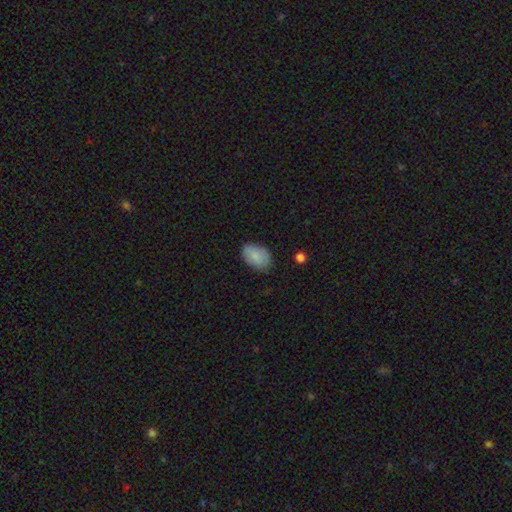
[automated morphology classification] Overall: smooth (85%). How rounded: in between (88%). Merging: none (79%).